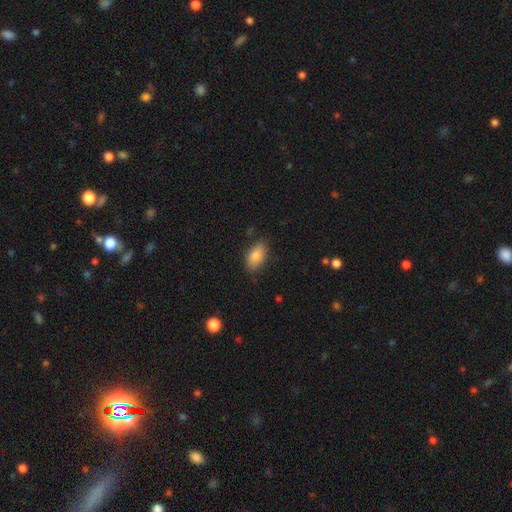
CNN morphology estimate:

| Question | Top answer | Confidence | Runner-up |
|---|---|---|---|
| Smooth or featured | smooth | 84% | featured or disk (8%) |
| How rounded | in between | 91% | cigar-shaped (5%) |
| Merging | none | 83% | minor disturbance (13%) |